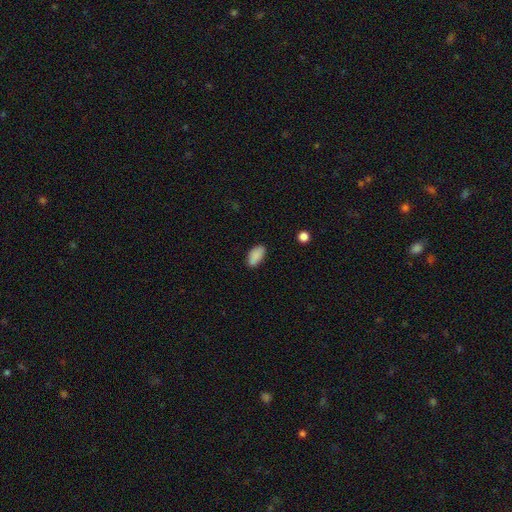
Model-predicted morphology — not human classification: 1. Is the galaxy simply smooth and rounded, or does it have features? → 89% smooth, 7% star or artifact, 4% featured or disk.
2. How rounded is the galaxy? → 93% in between, 4% cigar-shaped, 3% round.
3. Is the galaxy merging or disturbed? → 83% none, 12% minor disturbance, 3% major disturbance, 1% merger.